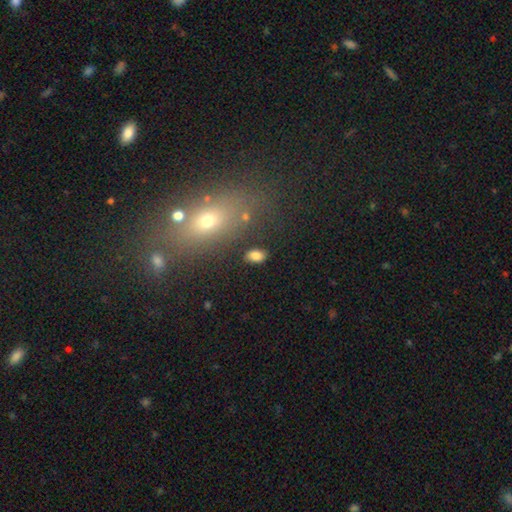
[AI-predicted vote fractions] A smooth galaxy with no disk features (83%) that is in between round and cigar-shaped (90%). Merging: none (84%).